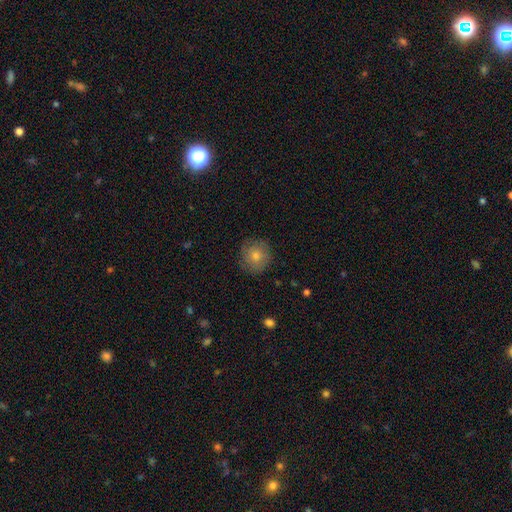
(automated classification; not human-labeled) Morphology: type=smooth (65%); roundness=round (92%); merging=none (86%).